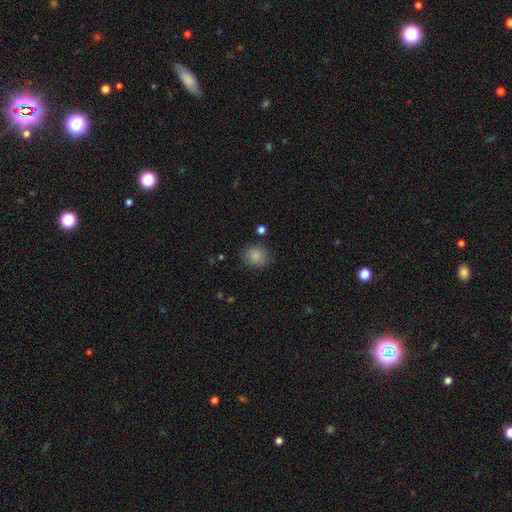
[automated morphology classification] Smooth or featured? smooth (85%)
How rounded? round (85%)
Merging? none (83%)